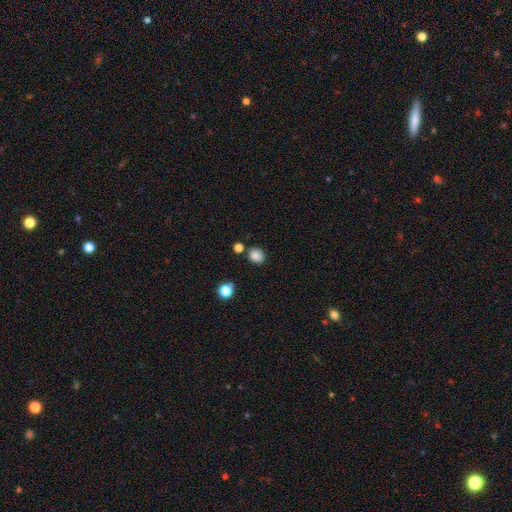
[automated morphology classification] Smooth or featured?
  - smooth: 83% *
  - star or artifact: 12%
  - featured or disk: 5%
How rounded?
  - round: 68% *
  - in between: 31%
  - cigar-shaped: 1%
Merging?
  - none: 76% *
  - minor disturbance: 13%
  - merger: 8%
  - major disturbance: 3%